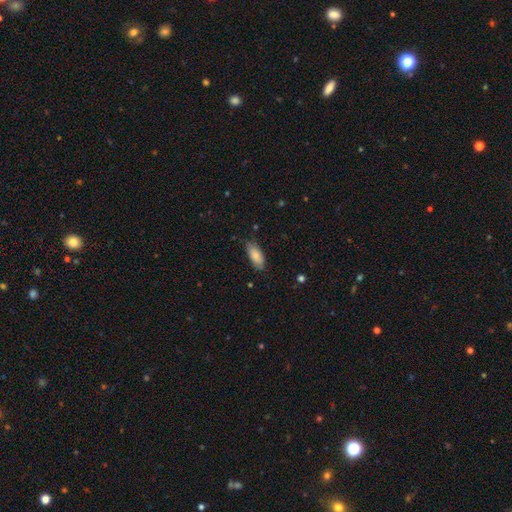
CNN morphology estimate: Smooth or featured: smooth — 83% (featured or disk — 11%)
How rounded: in between — 84% (cigar-shaped — 14%)
Merging: none — 75% (minor disturbance — 20%)